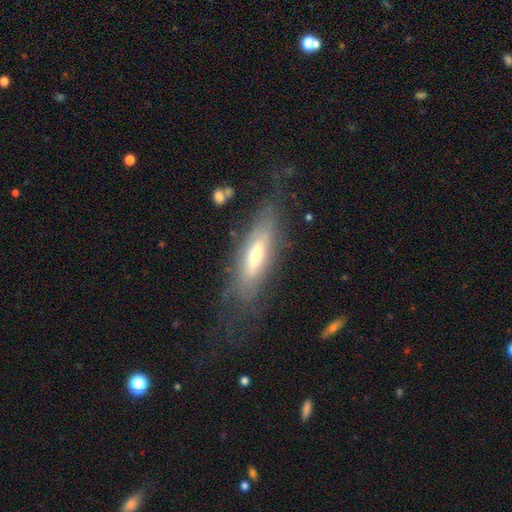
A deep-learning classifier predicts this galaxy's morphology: smooth_or_featured: featured or disk (p=0.57) [alt: smooth p=0.35]
disk_edge_on: no (p=0.51) [alt: yes p=0.49]
merging: none (p=0.63) [alt: minor disturbance p=0.21]